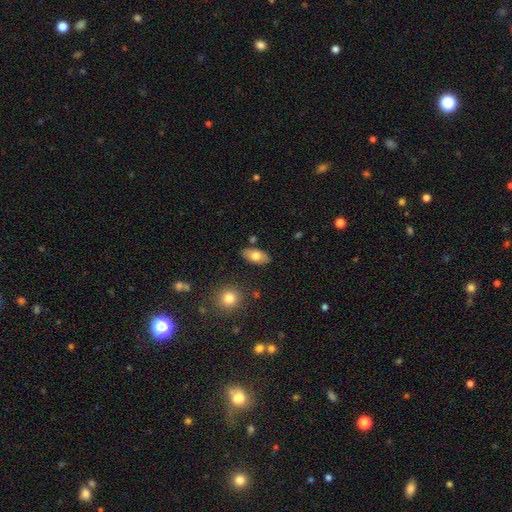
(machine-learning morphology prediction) type=smooth (73%); roundness=in between (91%); merging=none (83%).